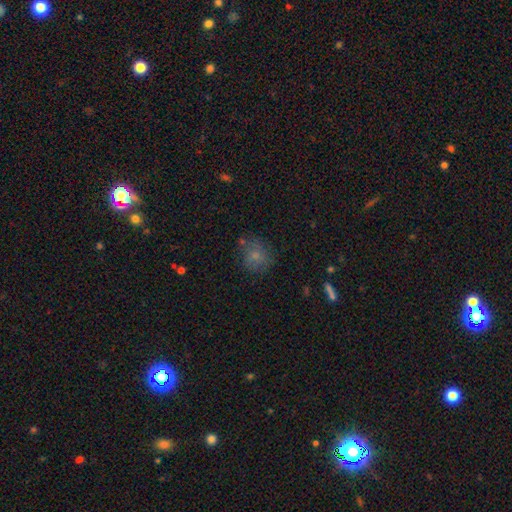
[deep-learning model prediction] The model was most divided on "merging": none: 66%, minor disturbance: 21%, major disturbance: 9%, merger: 5%. More confident: how rounded — round (80%); smooth or featured — smooth (73%).